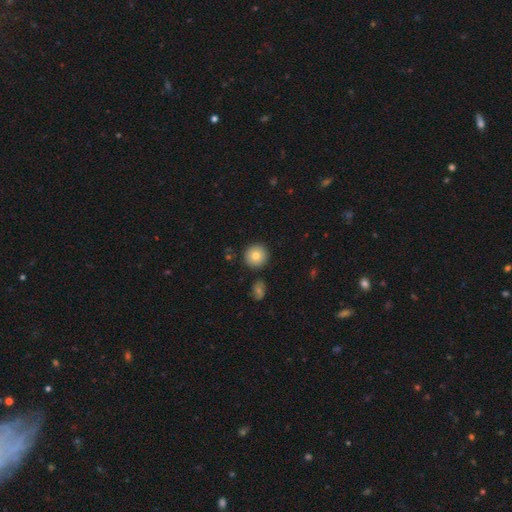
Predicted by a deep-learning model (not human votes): Smooth or featured? smooth (80%)
How rounded? round (95%)
Merging? none (89%)